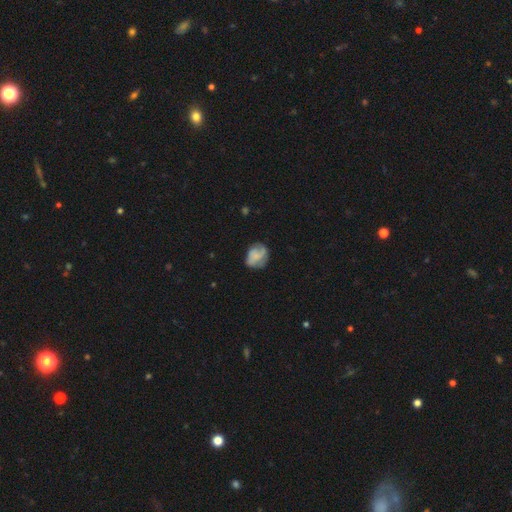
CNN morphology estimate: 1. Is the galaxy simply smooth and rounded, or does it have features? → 47% smooth, 44% featured or disk, 9% star or artifact.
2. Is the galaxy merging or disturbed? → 56% none, 27% minor disturbance, 14% major disturbance, 2% merger.